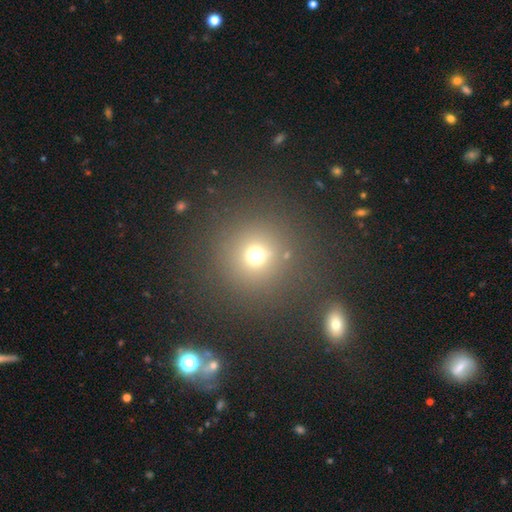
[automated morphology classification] This appears to be a smooth galaxy with no disk features (67%) that is round (94%). Merging: none (82%).